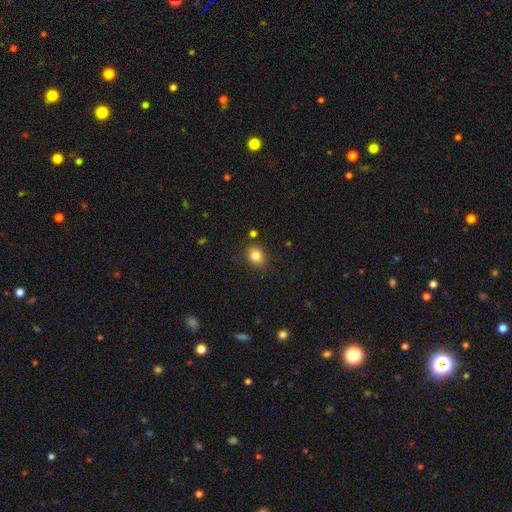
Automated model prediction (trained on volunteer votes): smooth_or_featured: smooth (p=0.83) [alt: star or artifact p=0.10]
how_rounded: in between (p=0.57) [alt: round p=0.42]
merging: none (p=0.81) [alt: minor disturbance p=0.13]